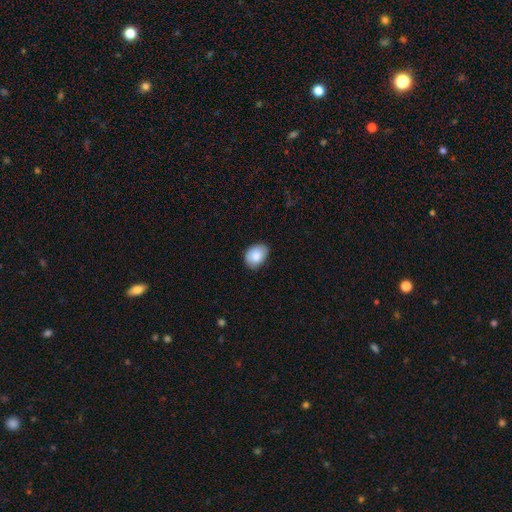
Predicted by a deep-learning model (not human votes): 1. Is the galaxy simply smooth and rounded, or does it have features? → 85% smooth, 8% featured or disk, 7% star or artifact.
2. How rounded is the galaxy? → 69% in between, 30% round, 1% cigar-shaped.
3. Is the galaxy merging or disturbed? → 75% none, 21% minor disturbance, 3% major disturbance, 1% merger.